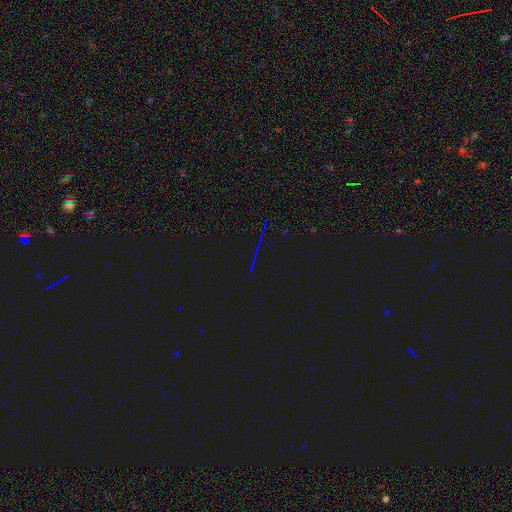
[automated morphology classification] Smooth or featured? star or artifact (80%)